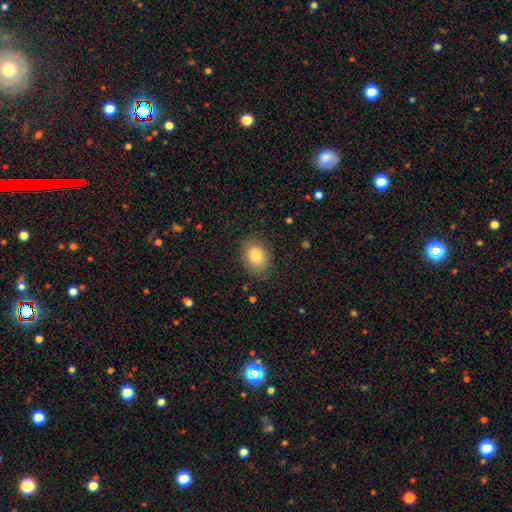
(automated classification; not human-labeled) A smooth galaxy with no disk features (82%) that is in between round and cigar-shaped (68%). Merging: none (84%).